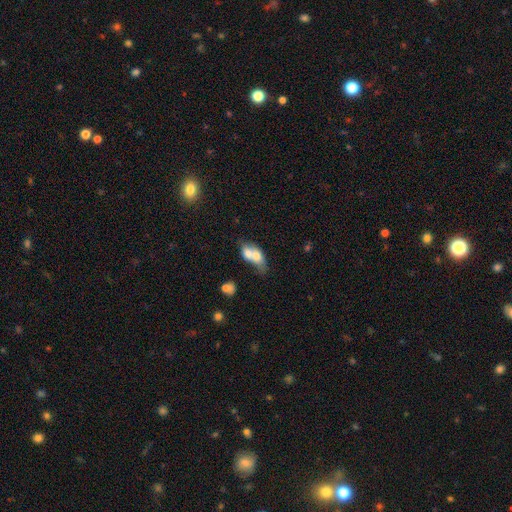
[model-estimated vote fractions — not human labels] Smooth or featured?
  - smooth: 64% *
  - featured or disk: 27%
  - star or artifact: 9%
How rounded?
  - in between: 76% *
  - round: 17%
  - cigar-shaped: 7%
Merging?
  - merger: 71% *
  - none: 14%
  - minor disturbance: 8%
  - major disturbance: 7%